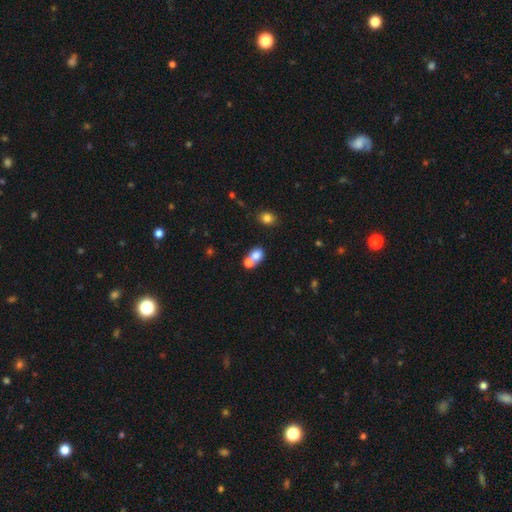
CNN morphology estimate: Smooth or featured: smooth — 76% (featured or disk — 13%)
How rounded: round — 57% (in between — 42%)
Merging: merger — 57% (none — 33%)